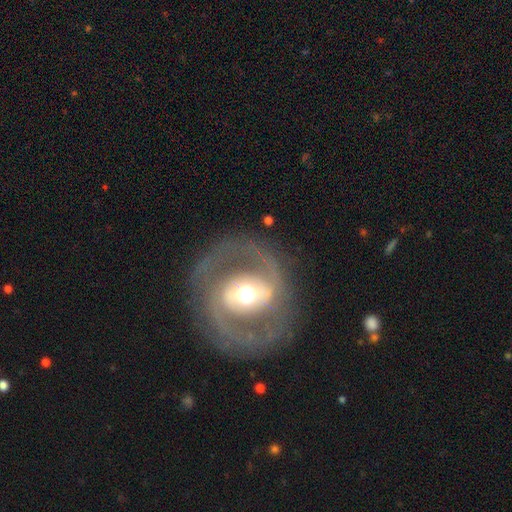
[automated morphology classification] The model was most divided on "bar": weak: 38%, strong: 36%, no: 26%. Remaining: edge-on disk — no (97%); spiral arm count — 2 (88%); spiral arms — yes (86%); smooth or featured — featured or disk (84%); merging — none (81%); bulge size — moderate (64%); spiral winding — medium (48%).